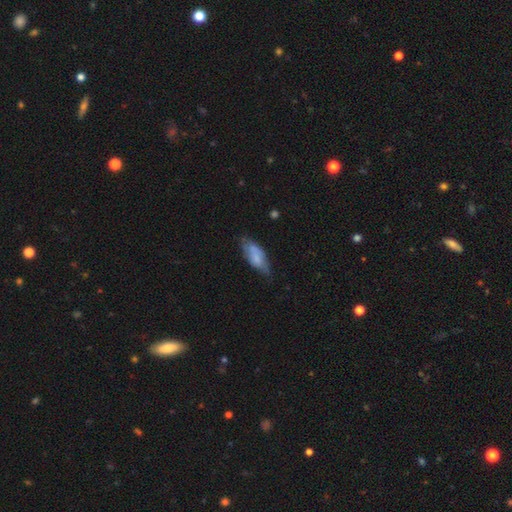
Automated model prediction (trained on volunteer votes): Smooth or featured? Predicted: smooth (p=0.63). How rounded? Predicted: in between (p=0.77). Merging? Predicted: none (p=0.57).